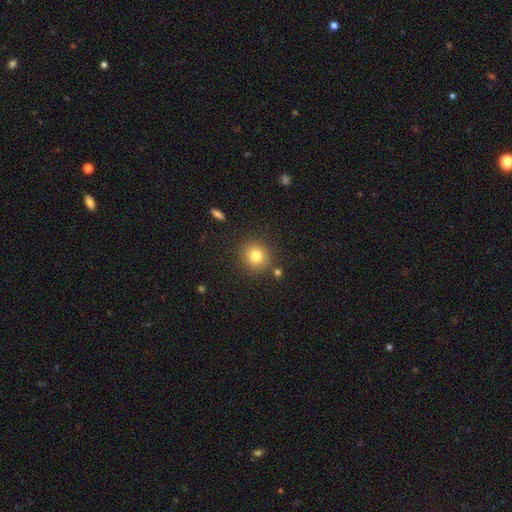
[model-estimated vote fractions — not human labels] smooth 79%, star or artifact 12%, featured or disk 8%. Down the decision tree: how rounded — round (91%); merging — none (87%).